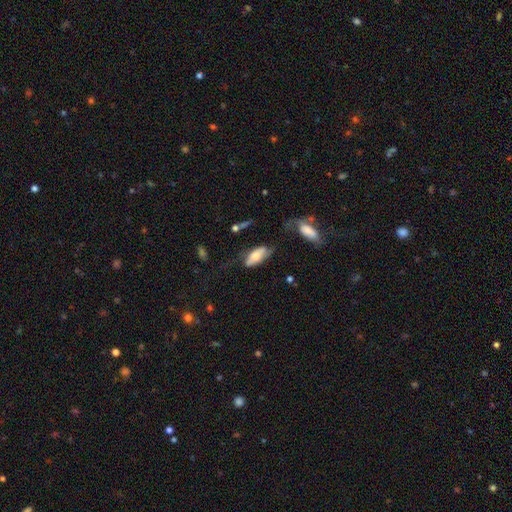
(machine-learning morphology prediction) Q: Smooth or featured?
A: smooth (62%); runner-up: featured or disk (31%)
Q: How rounded?
A: in between (82%); runner-up: cigar-shaped (15%)
Q: Merging?
A: none (40%); runner-up: minor disturbance (30%)